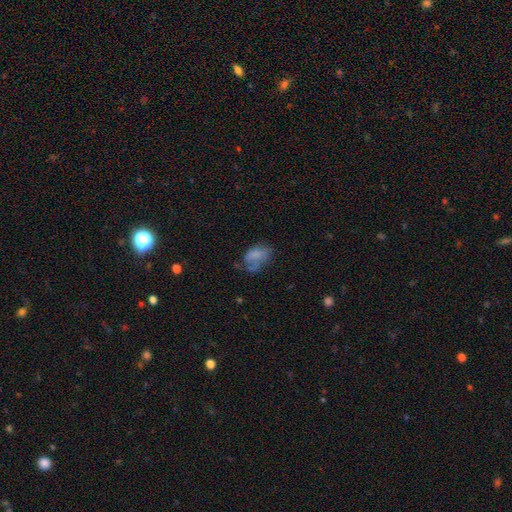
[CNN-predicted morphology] smooth_or_featured: smooth (p=0.61) [alt: featured or disk p=0.27]
how_rounded: in between (p=0.84) [alt: round p=0.15]
merging: major disturbance (p=0.37) [alt: none p=0.30]